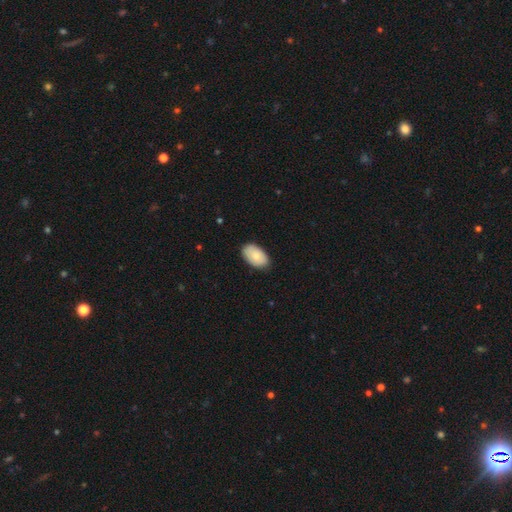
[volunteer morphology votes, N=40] This appears to be a smooth galaxy with no disk features (78%) that is in between round and cigar-shaped (90%). Merging: none (79%).